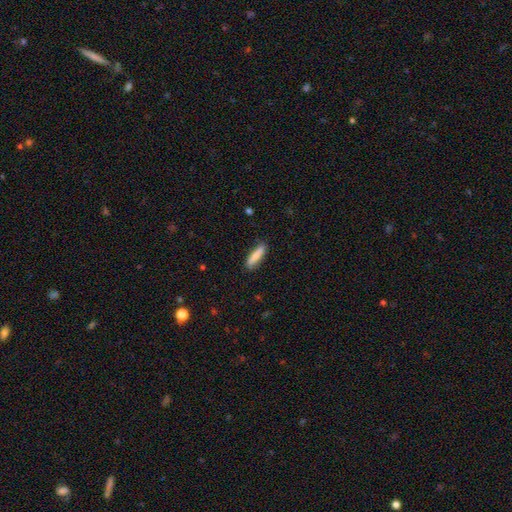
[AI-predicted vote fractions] smooth-or-featured: smooth: 80% | featured or disk: 14% | star or artifact: 6%
  how-rounded: cigar-shaped: 72% | in between: 26% | round: 2%
  merging: none: 85% | minor disturbance: 11% | major disturbance: 2% | merger: 1%